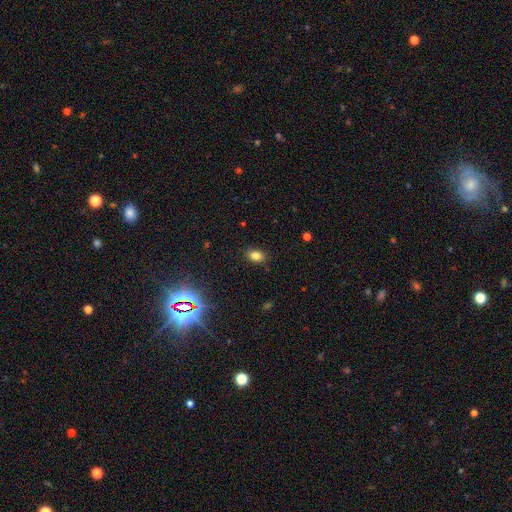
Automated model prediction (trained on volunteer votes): Q: Smooth or featured?
A: smooth (80%); runner-up: star or artifact (14%)
Q: How rounded?
A: in between (72%); runner-up: round (27%)
Q: Merging?
A: none (86%); runner-up: minor disturbance (10%)